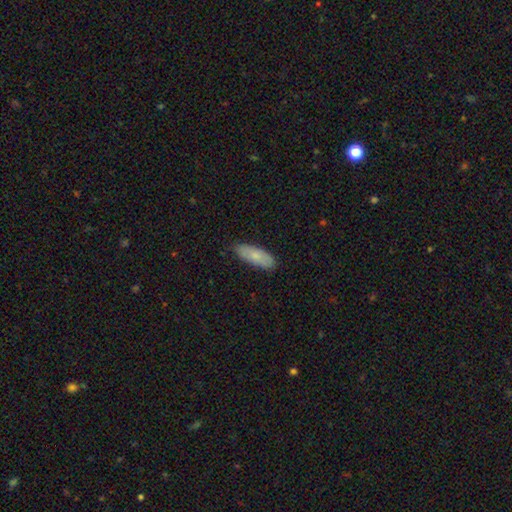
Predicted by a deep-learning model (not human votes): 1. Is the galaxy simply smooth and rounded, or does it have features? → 78% smooth, 17% featured or disk, 6% star or artifact.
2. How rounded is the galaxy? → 68% in between, 30% cigar-shaped, 2% round.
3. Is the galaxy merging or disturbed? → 85% none, 12% minor disturbance, 2% major disturbance, 1% merger.